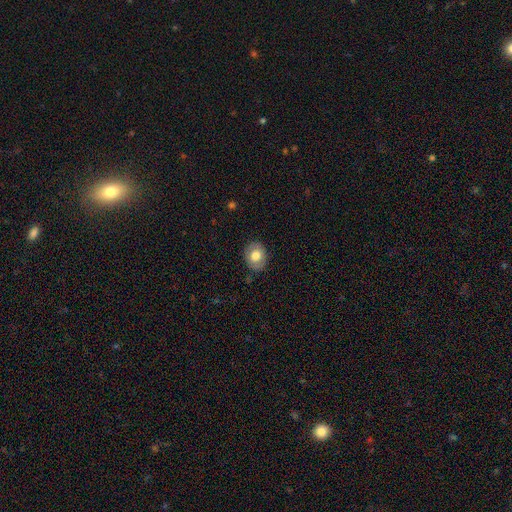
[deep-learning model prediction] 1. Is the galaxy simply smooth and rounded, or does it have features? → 73% smooth, 19% featured or disk, 8% star or artifact.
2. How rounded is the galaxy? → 51% round, 48% in between, 1% cigar-shaped.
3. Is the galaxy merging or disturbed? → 85% none, 11% minor disturbance, 3% major disturbance, 1% merger.